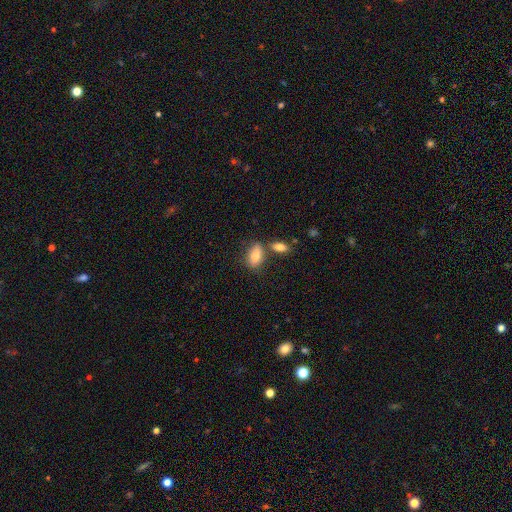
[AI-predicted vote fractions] Morphology: type=smooth (81%); roundness=in between (87%); merging=none (60%).